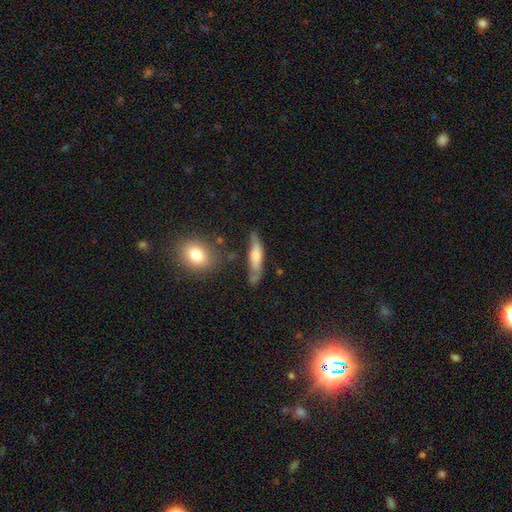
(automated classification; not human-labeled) smooth_or_featured: smooth (p=0.53) [alt: featured or disk p=0.38]
how_rounded: cigar-shaped (p=0.74) [alt: in between p=0.23]
merging: none (p=0.64) [alt: minor disturbance p=0.23]